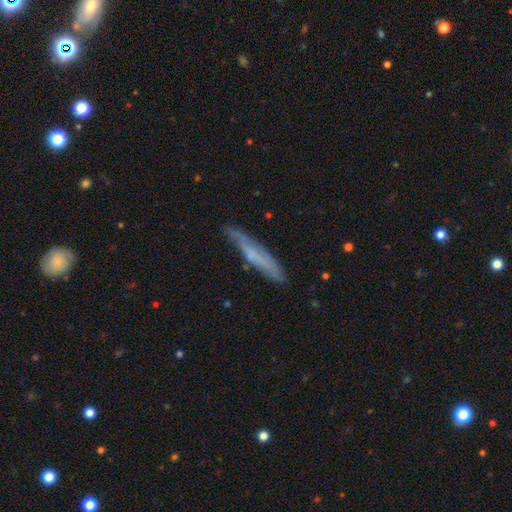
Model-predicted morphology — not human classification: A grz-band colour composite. It shows a featured or disk galaxy (49%). Merging: none (76%).